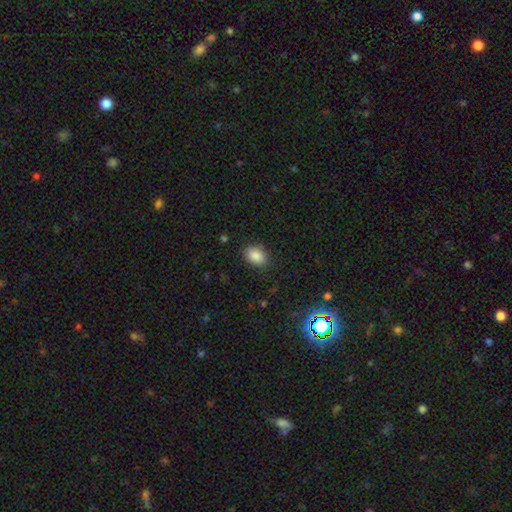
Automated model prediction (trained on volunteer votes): smooth_or_featured: smooth (p=0.87) [alt: star or artifact p=0.09]
how_rounded: in between (p=0.78) [alt: round p=0.21]
merging: none (p=0.87) [alt: minor disturbance p=0.10]